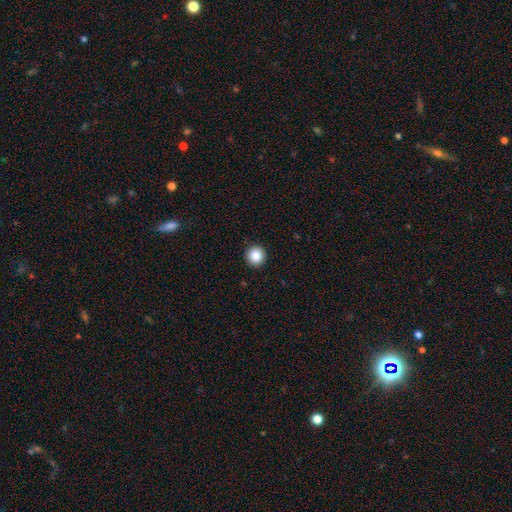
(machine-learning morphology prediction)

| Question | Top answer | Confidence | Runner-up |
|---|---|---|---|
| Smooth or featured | smooth | 85% | star or artifact (10%) |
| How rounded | round | 96% | in between (3%) |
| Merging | none | 93% | minor disturbance (4%) |